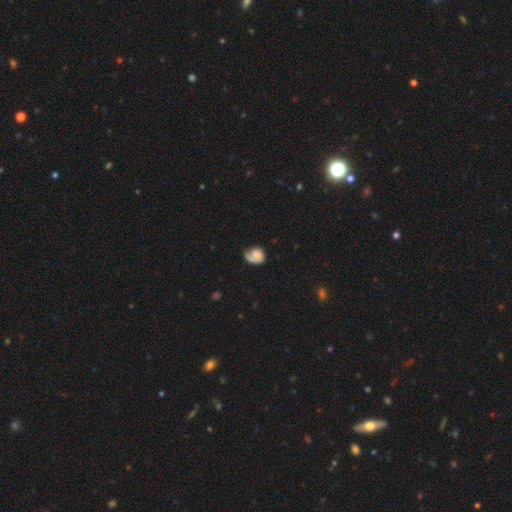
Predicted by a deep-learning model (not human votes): smooth_or_featured: featured or disk (p=0.50) [alt: smooth p=0.42]
disk_edge_on: no (p=0.98) [alt: yes p=0.02]
merging: none (p=0.44) [alt: major disturbance p=0.27]